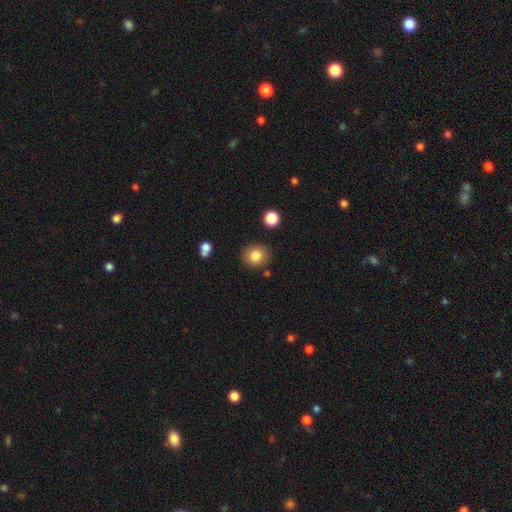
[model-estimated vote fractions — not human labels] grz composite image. It shows a smooth galaxy with no disk features (83%) that is round (83%). Merging: none (85%).